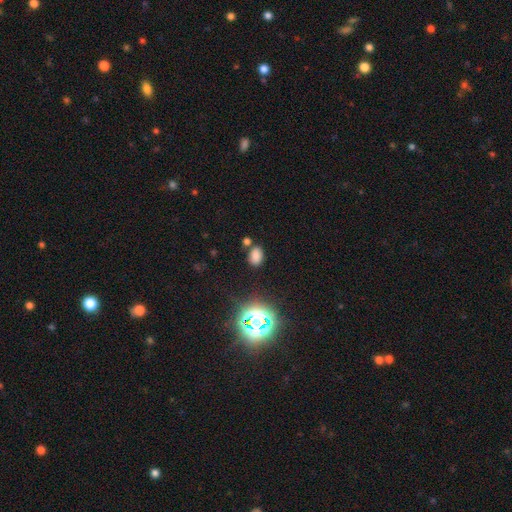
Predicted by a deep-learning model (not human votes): smooth-or-featured: smooth: 74% | star or artifact: 21% | featured or disk: 6%
  how-rounded: in between: 81% | round: 18% | cigar-shaped: 1%
  merging: none: 74% | minor disturbance: 12% | merger: 9% | major disturbance: 4%